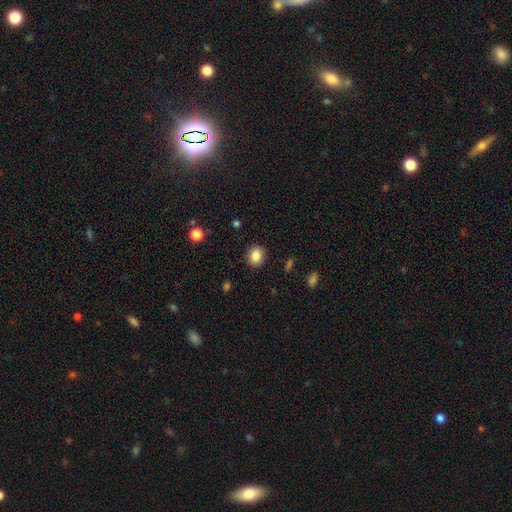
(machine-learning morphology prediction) Smooth or featured? smooth (86%)
How rounded? round (61%)
Merging? none (89%)